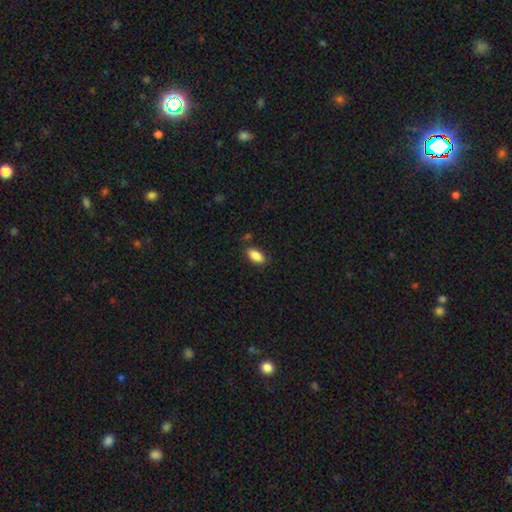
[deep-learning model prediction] Smooth or featured?
  - smooth: 88% *
  - star or artifact: 8%
  - featured or disk: 5%
How rounded?
  - in between: 91% *
  - cigar-shaped: 6%
  - round: 3%
Merging?
  - none: 85% *
  - minor disturbance: 11%
  - major disturbance: 2%
  - merger: 2%